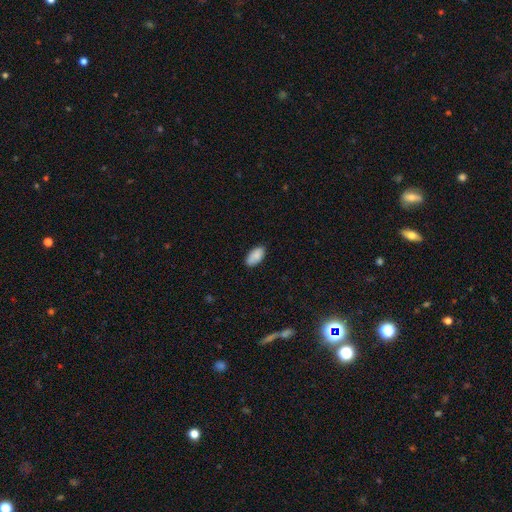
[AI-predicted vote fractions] smooth_or_featured: smooth (p=0.87) [alt: star or artifact p=0.07]
how_rounded: in between (p=0.95) [alt: cigar-shaped p=0.03]
merging: none (p=0.84) [alt: minor disturbance p=0.13]